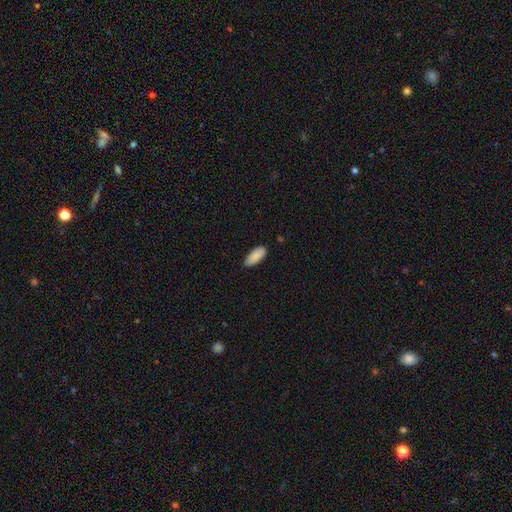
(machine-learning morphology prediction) smooth_or_featured: smooth (p=0.89) [alt: star or artifact p=0.06]
how_rounded: in between (p=0.83) [alt: cigar-shaped p=0.16]
merging: none (p=0.82) [alt: minor disturbance p=0.15]